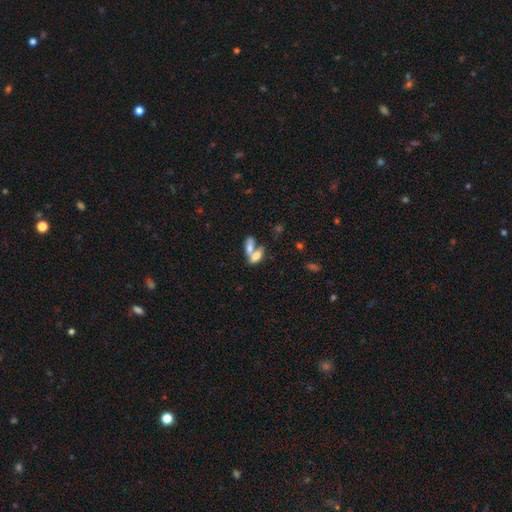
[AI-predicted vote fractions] This appears to be a smooth galaxy with no disk features (69%) that is in between round and cigar-shaped (80%). Merging: merger (64%).